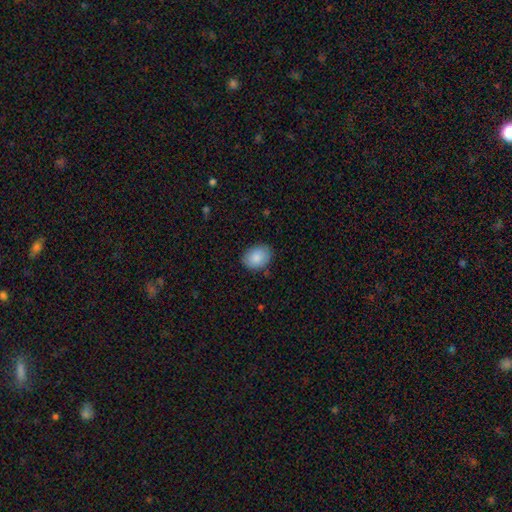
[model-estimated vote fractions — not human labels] This is clearly a smooth galaxy (88%). How rounded: likely in between (65%). Merging: clearly none (83%).